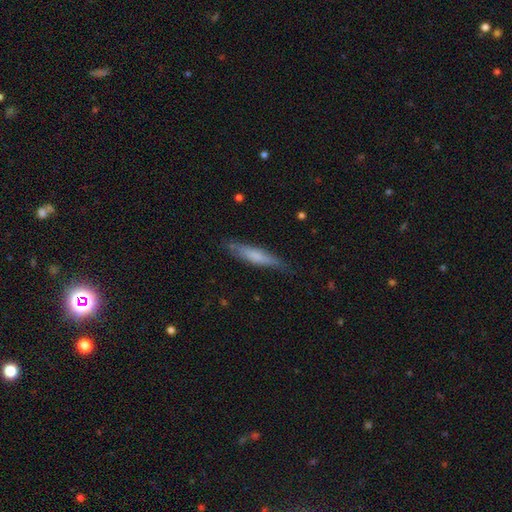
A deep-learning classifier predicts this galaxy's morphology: A smooth galaxy with no disk features (63%) that is cigar-shaped (87%). Merging: none (80%).